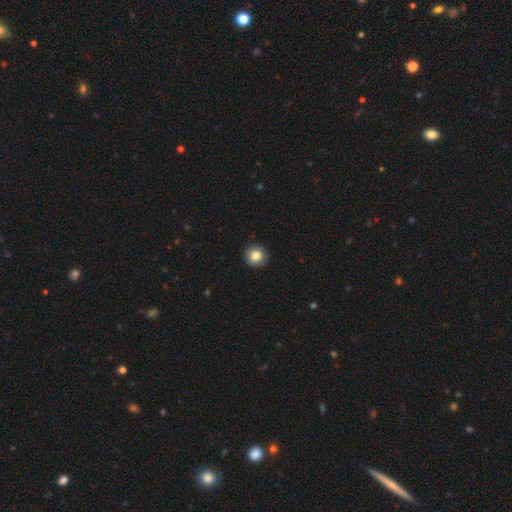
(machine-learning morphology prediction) Smooth or featured? smooth (83%)
How rounded? round (92%)
Merging? none (89%)